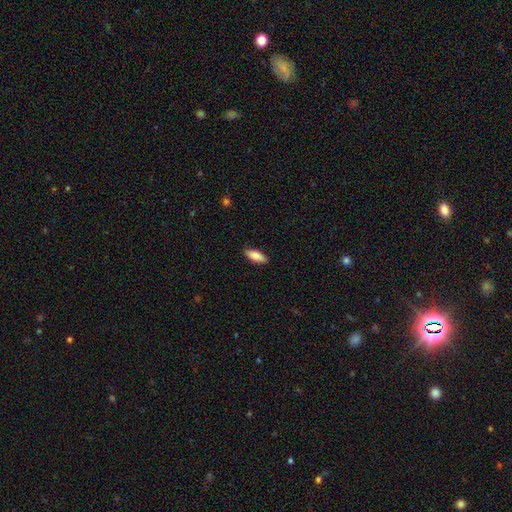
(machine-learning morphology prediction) Q: Smooth or featured?
A: smooth (85%); runner-up: featured or disk (9%)
Q: How rounded?
A: in between (71%); runner-up: cigar-shaped (27%)
Q: Merging?
A: none (87%); runner-up: minor disturbance (10%)